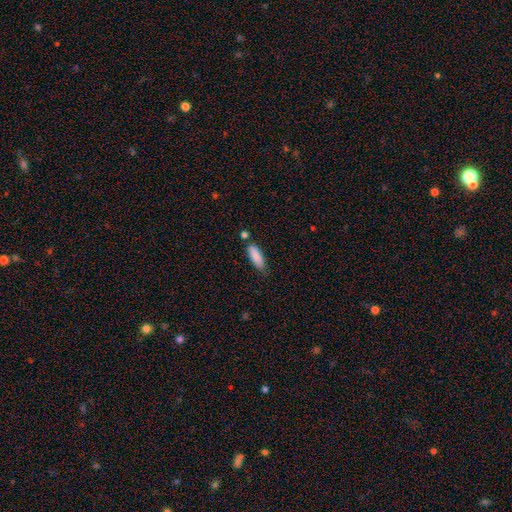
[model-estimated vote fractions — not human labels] smooth_or_featured: smooth (p=0.87) [alt: star or artifact p=0.06]
how_rounded: in between (p=0.60) [alt: cigar-shaped p=0.38]
merging: none (p=0.72) [alt: minor disturbance p=0.19]